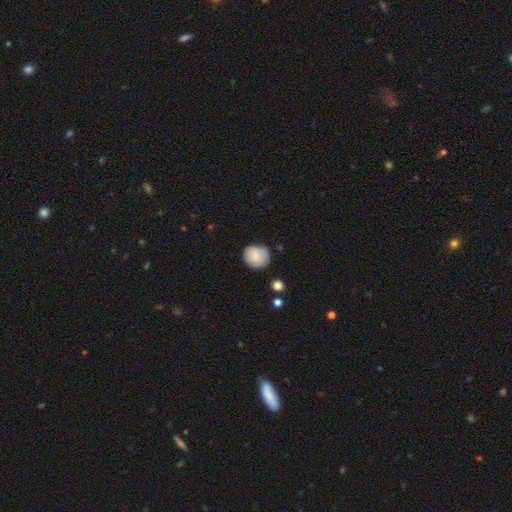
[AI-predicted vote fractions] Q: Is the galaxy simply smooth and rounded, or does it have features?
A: smooth — 82%.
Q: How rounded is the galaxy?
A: round — 82%.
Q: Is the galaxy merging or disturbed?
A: none — 81%.